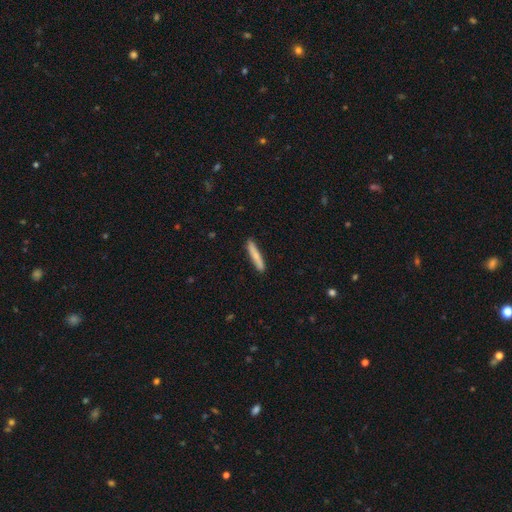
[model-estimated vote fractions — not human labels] smooth_or_featured: smooth (p=0.72) [alt: featured or disk p=0.23]
how_rounded: cigar-shaped (p=0.92) [alt: in between p=0.06]
merging: none (p=0.88) [alt: minor disturbance p=0.09]